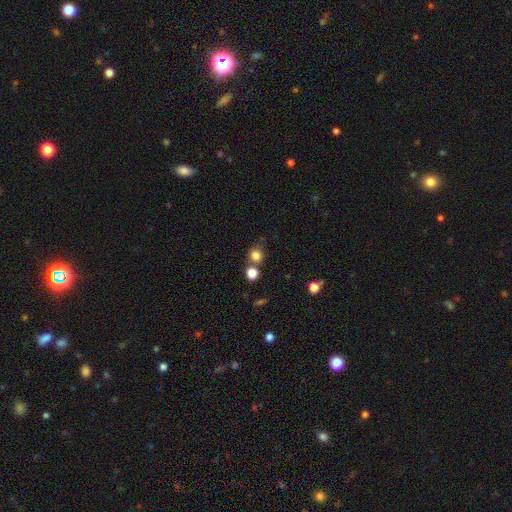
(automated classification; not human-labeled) A smooth galaxy with no disk features (80%) that is round (85%). Merging: none (67%).